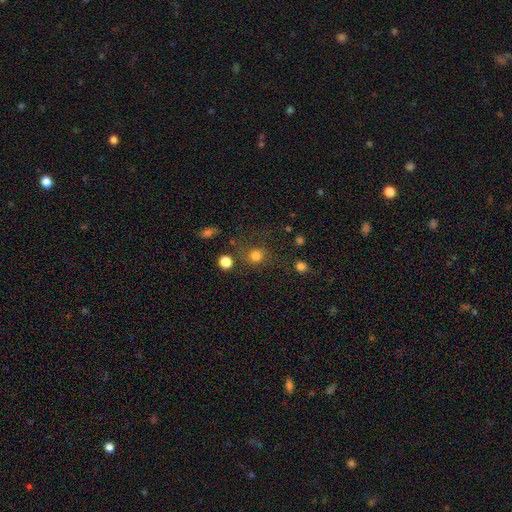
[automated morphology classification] The model was most divided on "merging": none: 68%, minor disturbance: 13%, major disturbance: 9%, merger: 9%. More confident: how rounded — round (88%); smooth or featured — smooth (77%).